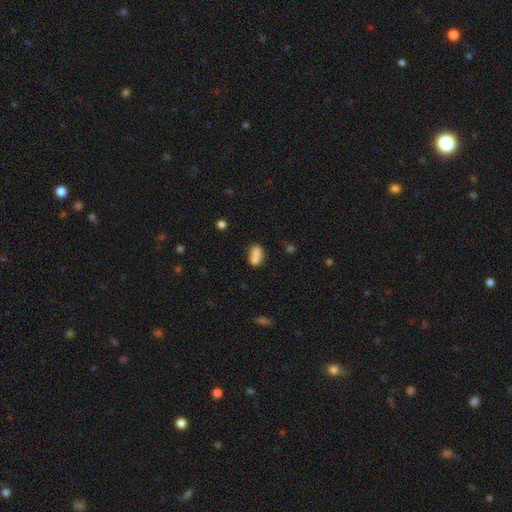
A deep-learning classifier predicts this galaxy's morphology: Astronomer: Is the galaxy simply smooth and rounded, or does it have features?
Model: smooth — 77%.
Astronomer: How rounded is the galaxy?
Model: in between — 81%.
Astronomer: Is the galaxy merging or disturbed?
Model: merger — 41% (runner-up: none, 40%).